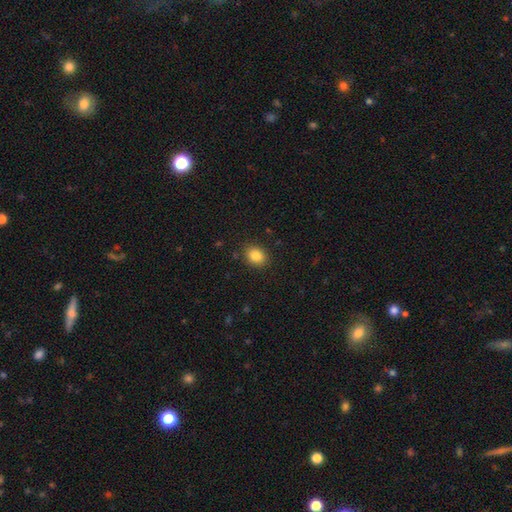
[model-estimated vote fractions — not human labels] Smooth or featured: smooth — 85% (star or artifact — 10%)
How rounded: in between — 55% (round — 44%)
Merging: none — 88% (minor disturbance — 9%)